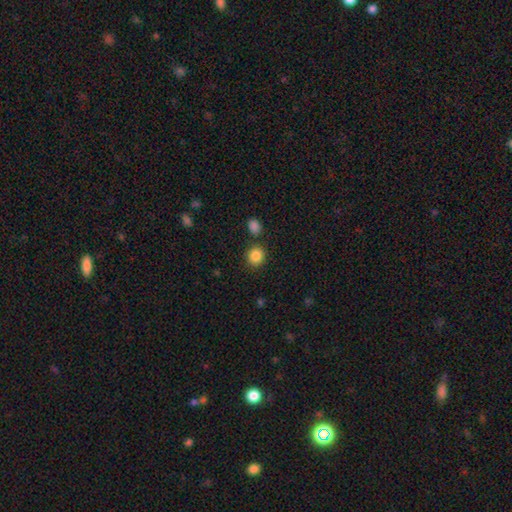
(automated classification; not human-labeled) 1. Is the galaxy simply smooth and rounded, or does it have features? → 87% smooth, 9% star or artifact, 4% featured or disk.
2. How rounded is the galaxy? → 84% round, 16% in between, 1% cigar-shaped.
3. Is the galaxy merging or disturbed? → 84% none, 8% minor disturbance, 6% merger, 3% major disturbance.